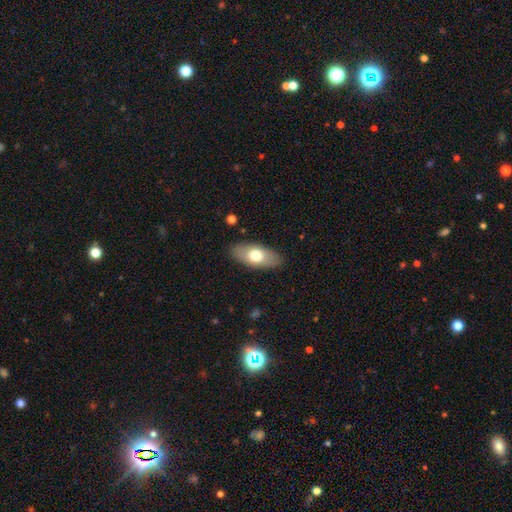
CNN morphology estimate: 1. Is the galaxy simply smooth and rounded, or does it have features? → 66% smooth, 28% featured or disk, 6% star or artifact.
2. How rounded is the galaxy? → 88% in between, 8% cigar-shaped, 4% round.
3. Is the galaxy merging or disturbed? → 87% none, 10% minor disturbance, 2% major disturbance, 1% merger.